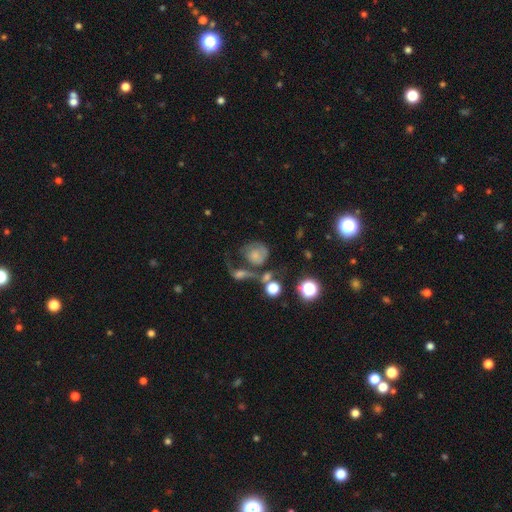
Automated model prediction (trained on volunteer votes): Morphology: type=featured or disk (48%); merging=none (41%).